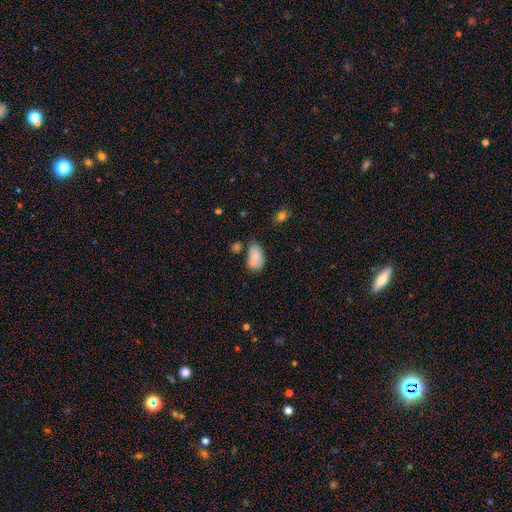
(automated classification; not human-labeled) smooth_or_featured: smooth (p=0.80) [alt: featured or disk p=0.12]
how_rounded: in between (p=0.91) [alt: round p=0.08]
merging: none (p=0.47) [alt: merger p=0.24]